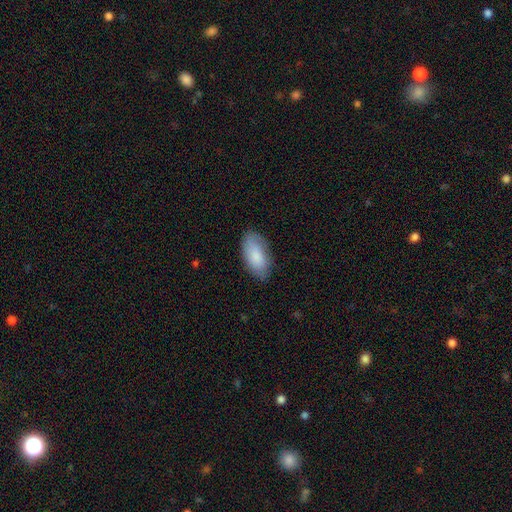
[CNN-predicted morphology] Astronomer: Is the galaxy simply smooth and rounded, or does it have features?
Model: smooth — 84%.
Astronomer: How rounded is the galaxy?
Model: in between — 94%.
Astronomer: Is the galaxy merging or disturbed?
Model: none — 79%.